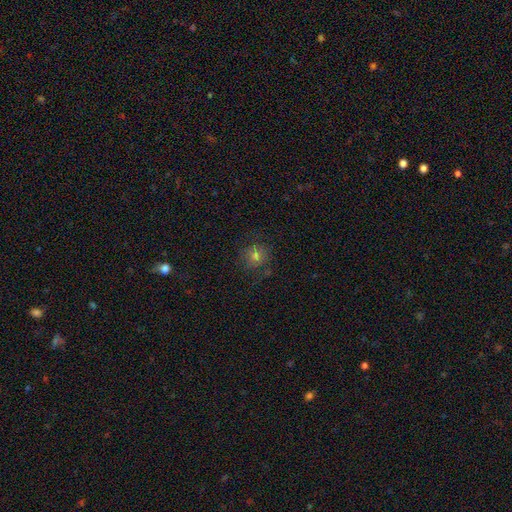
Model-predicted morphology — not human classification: Smooth or featured: smooth — 67% (star or artifact — 20%)
How rounded: round — 90% (in between — 9%)
Merging: none — 80% (minor disturbance — 13%)